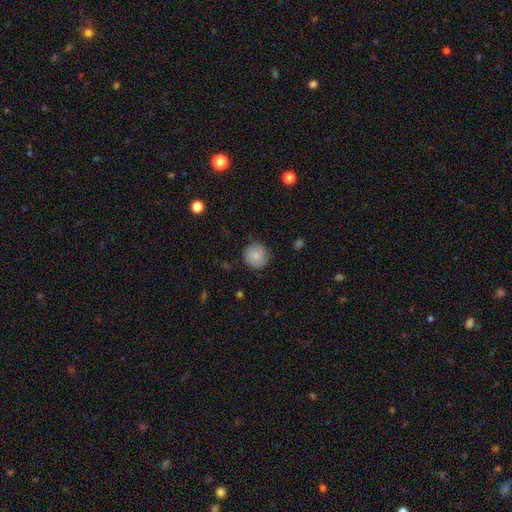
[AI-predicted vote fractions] smooth_or_featured: smooth (p=0.84) [alt: featured or disk p=0.08]
how_rounded: round (p=0.93) [alt: in between p=0.06]
merging: none (p=0.83) [alt: minor disturbance p=0.13]